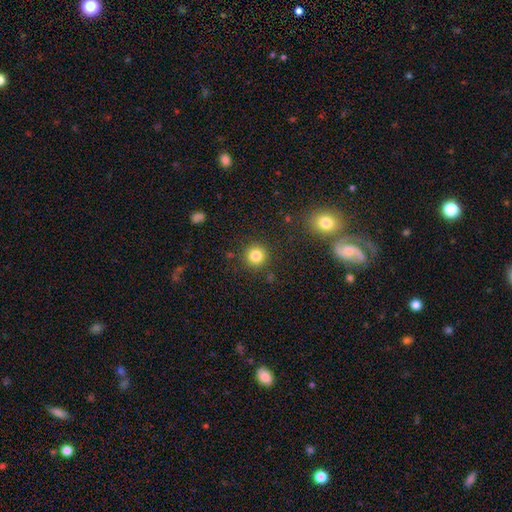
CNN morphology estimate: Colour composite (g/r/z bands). It shows a smooth galaxy with no disk features (82%) that is round (94%). Merging: none (89%).